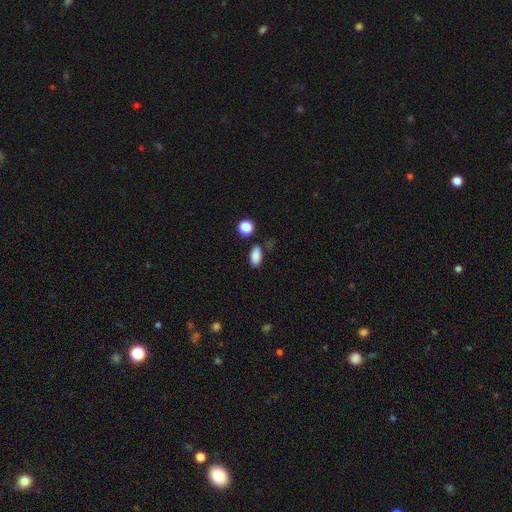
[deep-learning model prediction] Smooth or featured? Predicted: smooth (p=0.87). How rounded? Predicted: in between (p=0.88). Merging? Predicted: none (p=0.79).